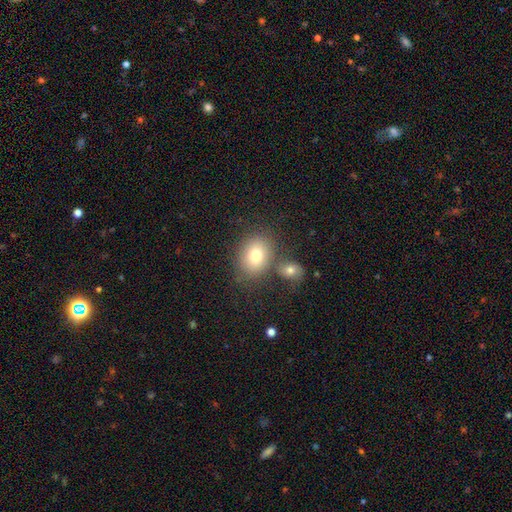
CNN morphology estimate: Overall: smooth (76%). How rounded: in between (54%; round 45%). Merging: none (66%).